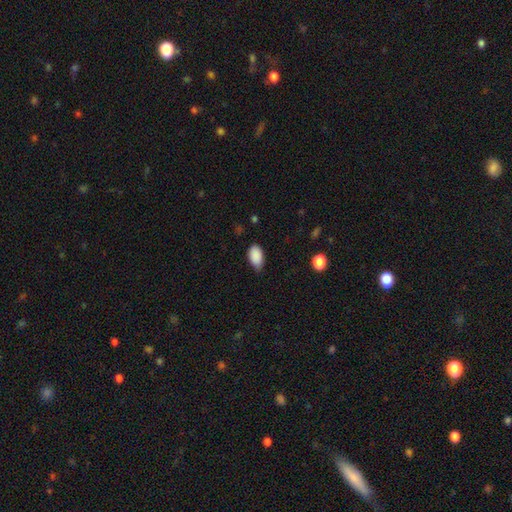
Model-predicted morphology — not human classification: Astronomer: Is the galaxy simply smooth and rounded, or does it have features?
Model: smooth — 89%.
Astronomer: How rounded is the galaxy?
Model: in between — 93%.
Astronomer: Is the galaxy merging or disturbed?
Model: none — 65%.